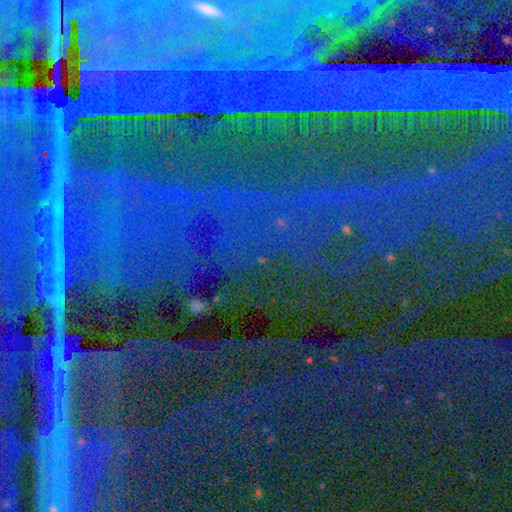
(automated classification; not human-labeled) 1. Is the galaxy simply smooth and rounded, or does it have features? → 88% star or artifact, 7% featured or disk, 6% smooth.